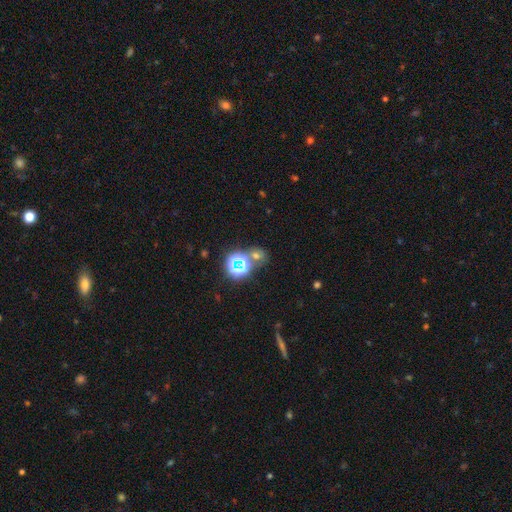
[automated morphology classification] smooth-or-featured: star or artifact: 46% | smooth: 44% | featured or disk: 10%